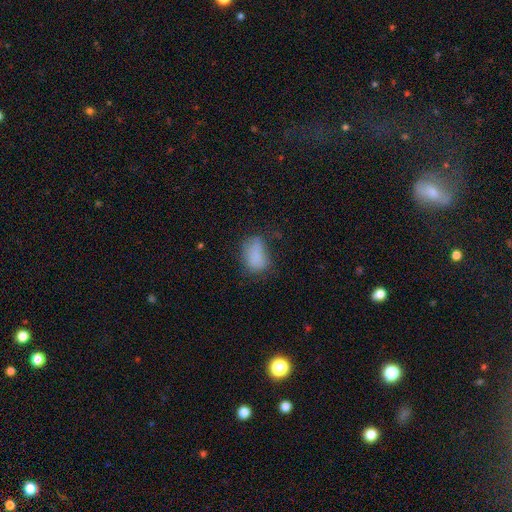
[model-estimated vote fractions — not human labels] Q: Smooth or featured?
A: smooth (78%); runner-up: star or artifact (11%)
Q: How rounded?
A: in between (85%); runner-up: round (13%)
Q: Merging?
A: none (45%); runner-up: minor disturbance (31%)